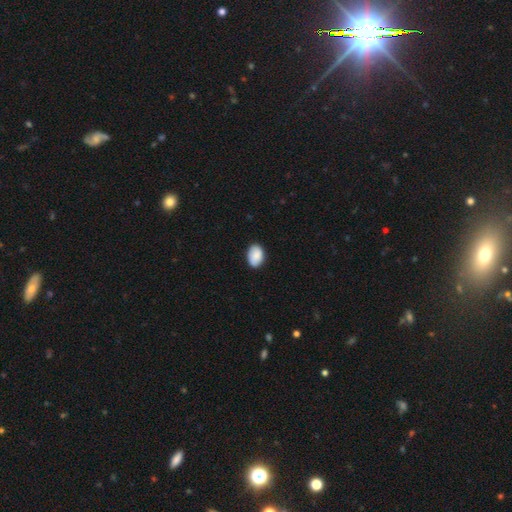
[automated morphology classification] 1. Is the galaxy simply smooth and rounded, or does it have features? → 86% smooth, 7% featured or disk, 7% star or artifact.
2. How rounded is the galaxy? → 85% in between, 14% round, 1% cigar-shaped.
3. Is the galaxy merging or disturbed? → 85% none, 12% minor disturbance, 2% major disturbance, 1% merger.